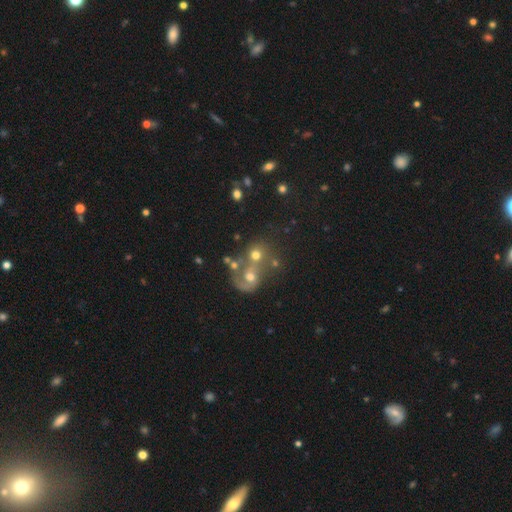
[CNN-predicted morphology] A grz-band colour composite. It shows a smooth galaxy with no disk features (43%). Merging: merger (56%).